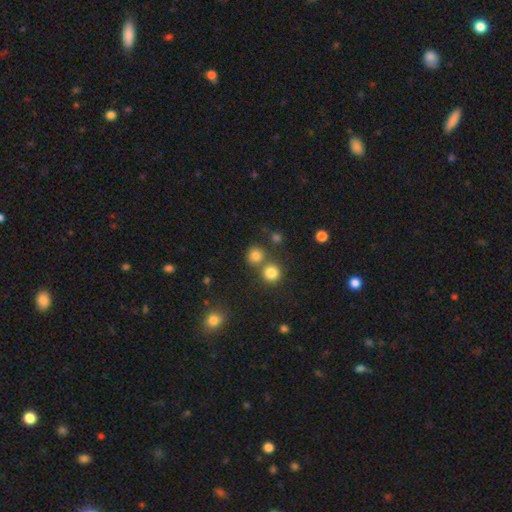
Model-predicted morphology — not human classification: Smooth or featured? Predicted: smooth (p=0.79). How rounded? Predicted: round (p=0.88). Merging? Predicted: none (p=0.64).